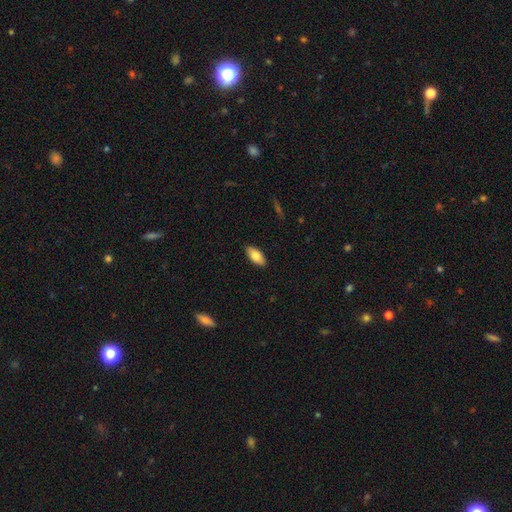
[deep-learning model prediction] A smooth galaxy with no disk features (79%) that is in between round and cigar-shaped (88%).

Vote fractions:
- Smooth or featured? smooth: 79% / featured or disk: 15% / star or artifact: 6%
- How rounded? in between: 88% / cigar-shaped: 10% / round: 2%
- Merging? none: 90% / minor disturbance: 8% / major disturbance: 2% / merger: 1%